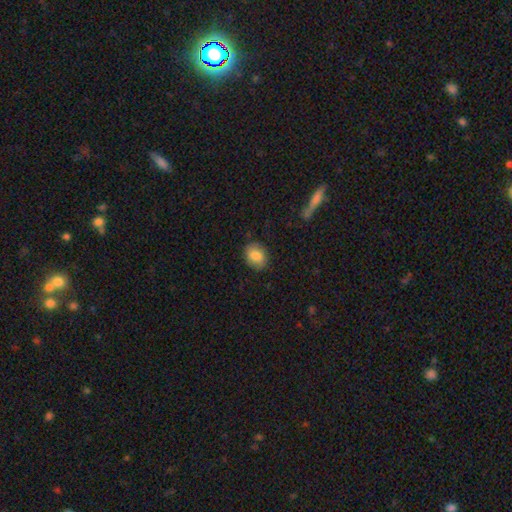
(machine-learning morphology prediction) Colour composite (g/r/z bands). It shows a smooth galaxy with no disk features (81%) that is in between round and cigar-shaped (56%). Merging: none (84%).